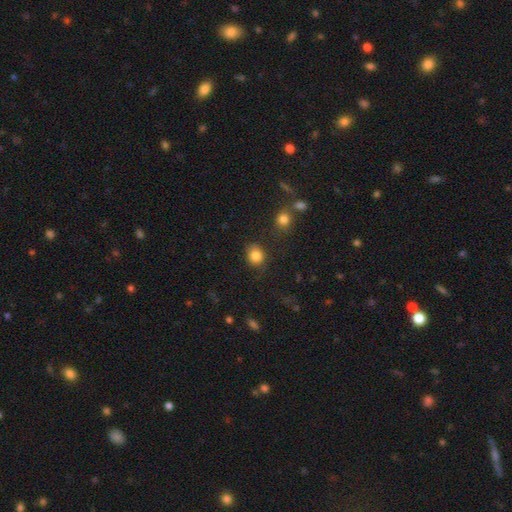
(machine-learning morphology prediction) type=smooth (85%); roundness=round (75%); merging=none (78%).